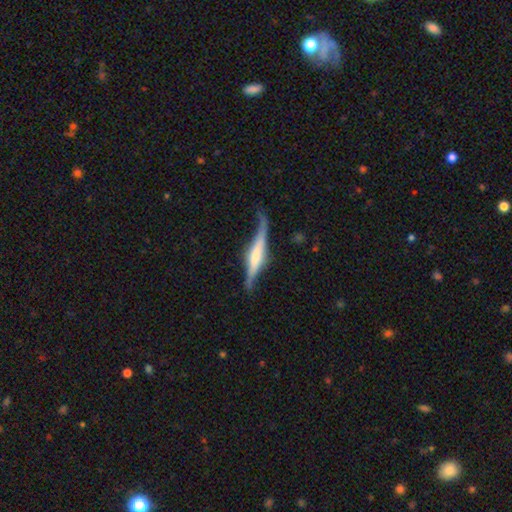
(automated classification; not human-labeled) This is likely a featured or disk galaxy (72%). It is clearly viewed edge-on (90%). Edge-on bulge: possibly rounded (52%). Merging: possibly none (56%).